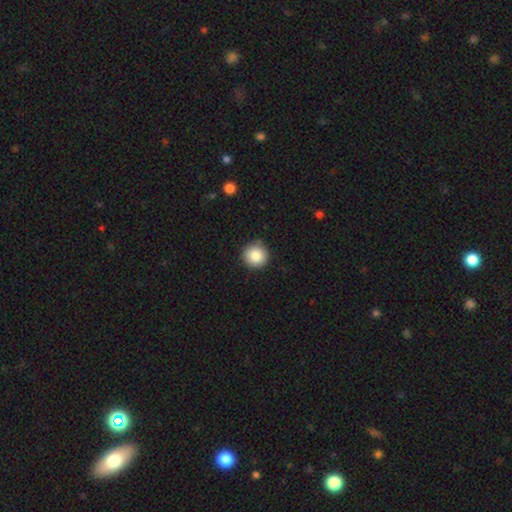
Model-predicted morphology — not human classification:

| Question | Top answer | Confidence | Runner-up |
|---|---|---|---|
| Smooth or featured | smooth | 84% | star or artifact (9%) |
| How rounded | round | 95% | in between (4%) |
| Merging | none | 88% | minor disturbance (9%) |